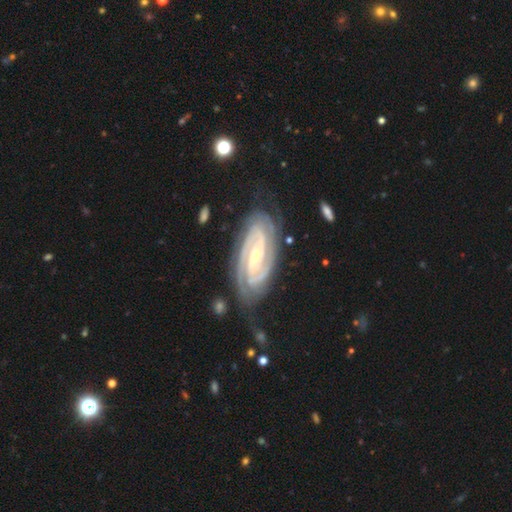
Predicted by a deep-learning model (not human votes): This appears to be a featured or disk galaxy (93%) with a strong bar (38%), 2 (66%) tight (74%) spiral arms (99%) and a small central bulge (65%). Merging: none (75%).